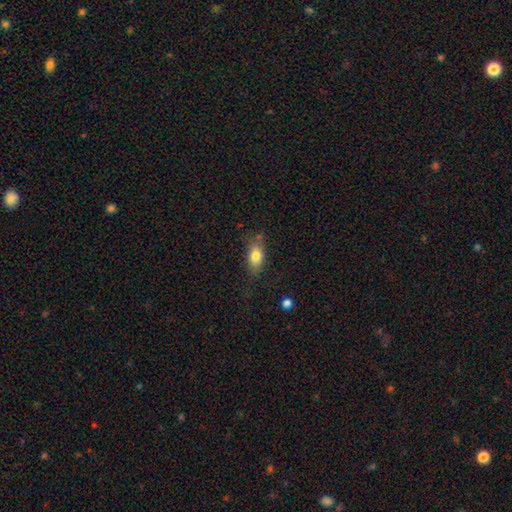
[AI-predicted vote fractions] Morphology: type=smooth (80%); roundness=in between (84%); merging=none (71%).